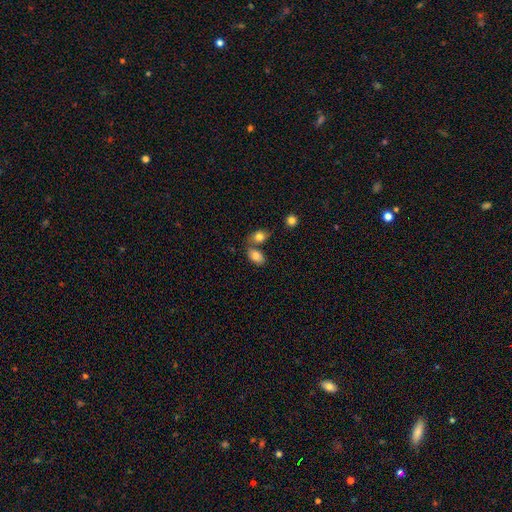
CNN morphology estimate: Smooth or featured: smooth — 82% (featured or disk — 10%)
How rounded: in between — 88% (round — 11%)
Merging: none — 51% (merger — 33%)